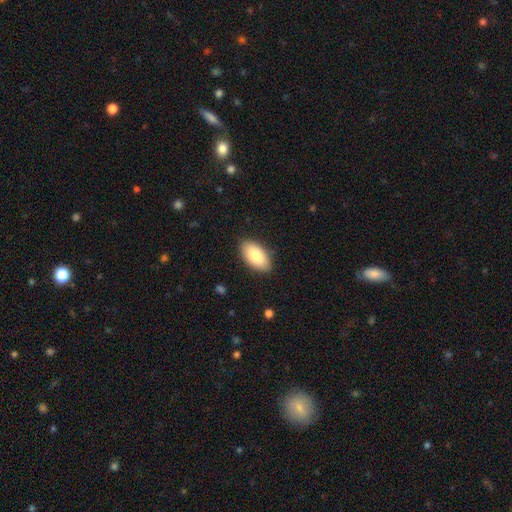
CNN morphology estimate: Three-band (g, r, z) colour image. It shows a smooth galaxy with no disk features (86%) that is in between round and cigar-shaped (95%). Merging: none (87%).